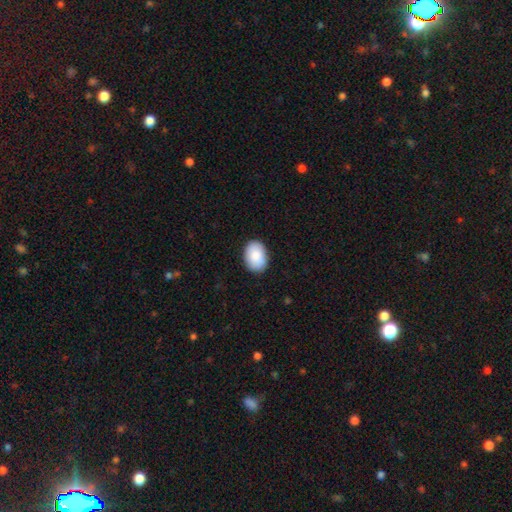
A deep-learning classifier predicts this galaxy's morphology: Q: Smooth or featured?
A: smooth (88%); runner-up: star or artifact (6%)
Q: How rounded?
A: in between (83%); runner-up: round (16%)
Q: Merging?
A: none (88%); runner-up: minor disturbance (9%)